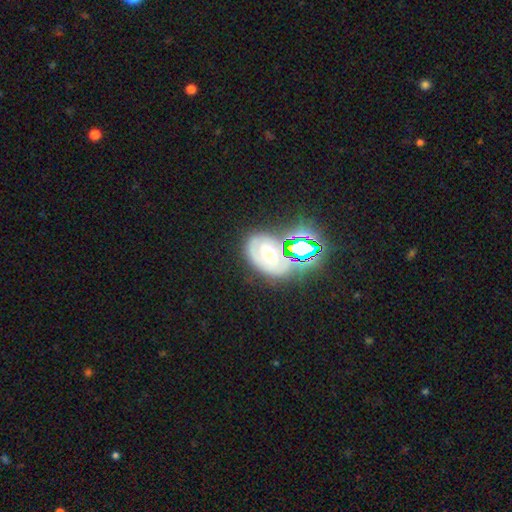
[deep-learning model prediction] A featured or disk galaxy (48%). Merging: none (64%).